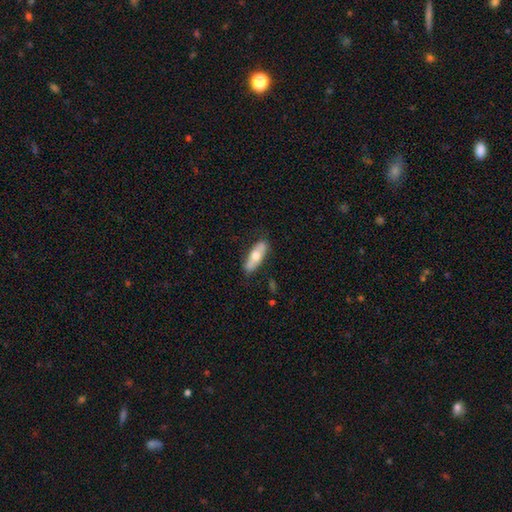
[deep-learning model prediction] Smooth or featured? smooth (61%)
How rounded? in between (60%)
Merging? none (81%)